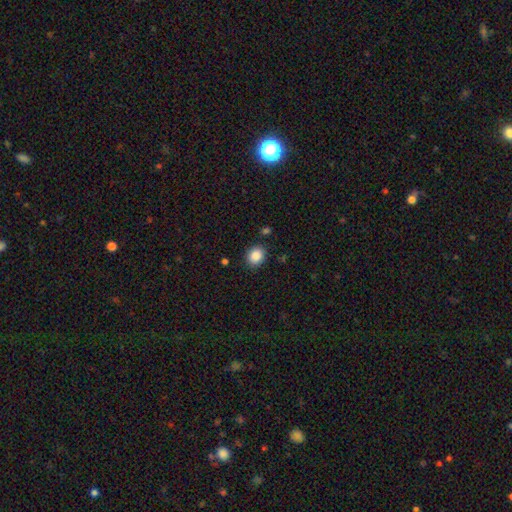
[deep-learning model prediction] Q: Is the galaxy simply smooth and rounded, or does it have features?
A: smooth — 87%.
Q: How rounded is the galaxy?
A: round — 68%.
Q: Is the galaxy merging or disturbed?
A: none — 87%.